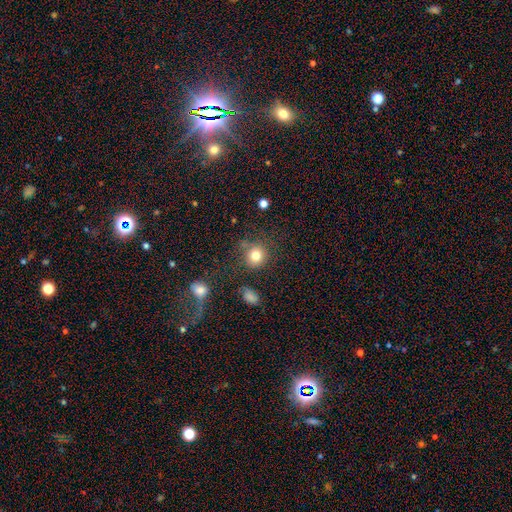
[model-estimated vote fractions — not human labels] Q: Smooth or featured?
A: smooth (80%); runner-up: star or artifact (12%)
Q: How rounded?
A: round (88%); runner-up: in between (11%)
Q: Merging?
A: none (73%); runner-up: minor disturbance (14%)